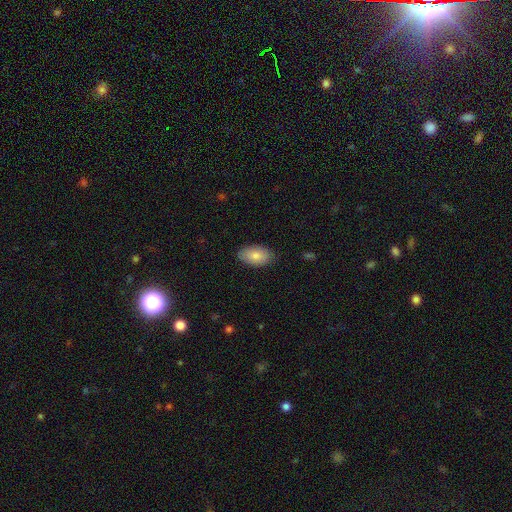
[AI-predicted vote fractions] This is clearly a smooth galaxy (82%). How rounded: clearly in between (94%). Merging: clearly none (85%).